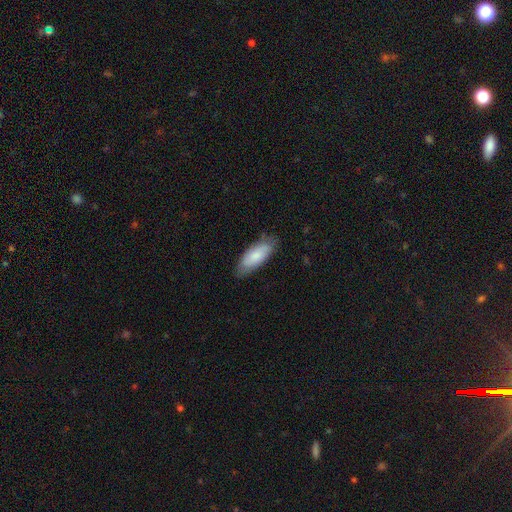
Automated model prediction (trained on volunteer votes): The model was most divided on "how rounded": in between: 74%, cigar-shaped: 24%, round: 2%. More confident: smooth or featured — smooth (79%); merging — none (78%).